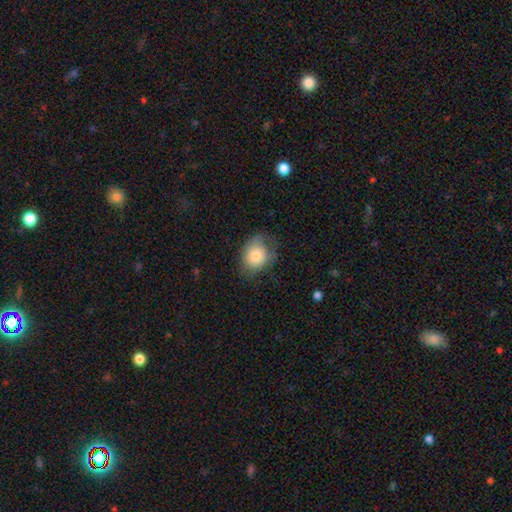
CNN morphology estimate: Q: Smooth or featured?
A: smooth (76%); runner-up: featured or disk (16%)
Q: How rounded?
A: in between (55%); runner-up: round (44%)
Q: Merging?
A: none (53%); runner-up: minor disturbance (30%)